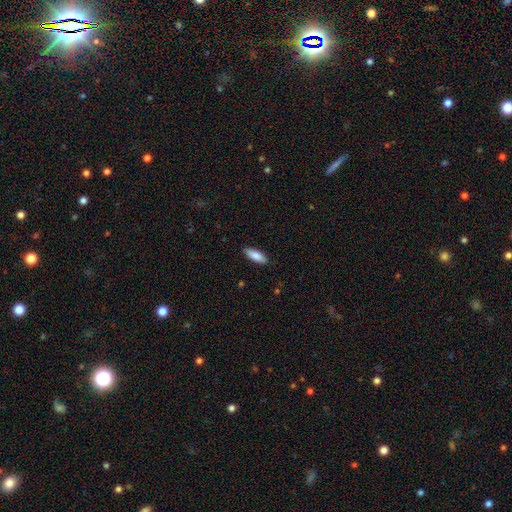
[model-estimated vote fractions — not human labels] A smooth galaxy with no disk features (86%) that is in between round and cigar-shaped (68%). Merging: none (86%).